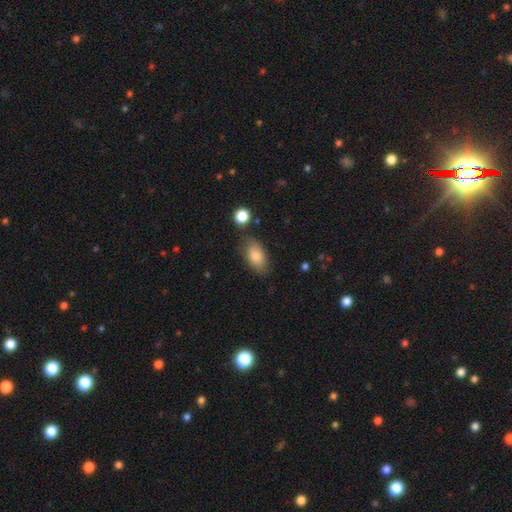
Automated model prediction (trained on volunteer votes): Smooth or featured? Predicted: smooth (p=0.82). How rounded? Predicted: in between (p=0.92). Merging? Predicted: none (p=0.75).